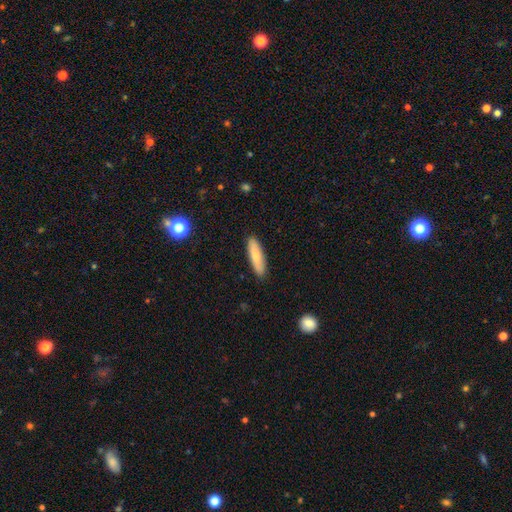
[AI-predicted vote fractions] Q: Smooth or featured?
A: smooth (76%); runner-up: featured or disk (18%)
Q: How rounded?
A: cigar-shaped (73%); runner-up: in between (25%)
Q: Merging?
A: none (89%); runner-up: minor disturbance (9%)